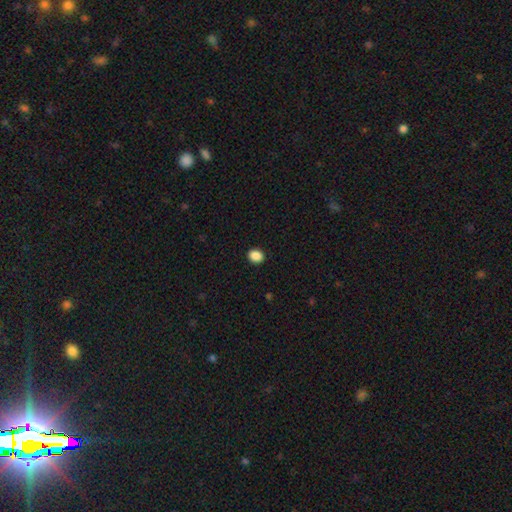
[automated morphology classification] A smooth galaxy with no disk features (89%) that is in between round and cigar-shaped (54%).

Vote fractions:
- Smooth or featured? smooth: 89% / star or artifact: 9% / featured or disk: 2%
- How rounded? in between: 54% / round: 45% / cigar-shaped: 1%
- Merging? none: 90% / minor disturbance: 7% / major disturbance: 2% / merger: 1%